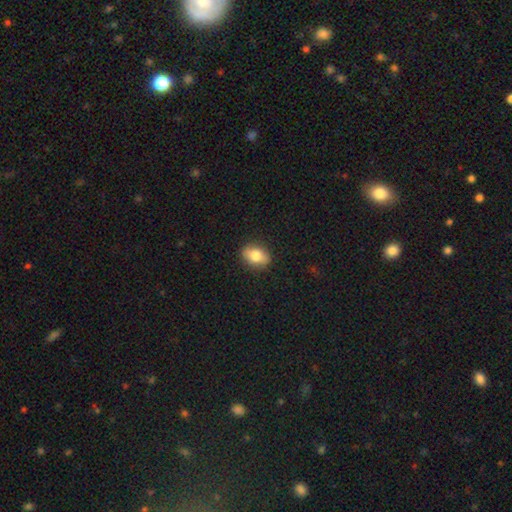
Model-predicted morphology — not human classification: smooth-or-featured: smooth: 78% | featured or disk: 15% | star or artifact: 7%
  how-rounded: in between: 77% | round: 21% | cigar-shaped: 2%
  merging: none: 87% | minor disturbance: 10% | major disturbance: 2% | merger: 1%